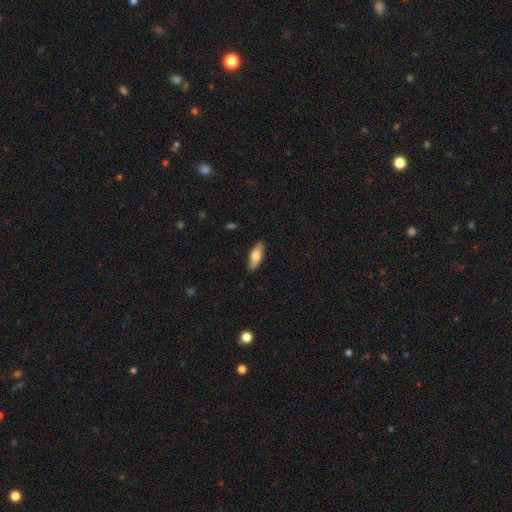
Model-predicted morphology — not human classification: smooth 67%, featured or disk 27%, star or artifact 6%. Down the decision tree: how rounded — in between (69%); merging — none (88%).